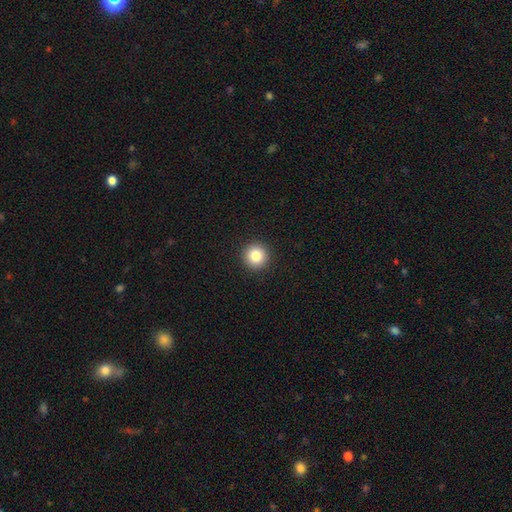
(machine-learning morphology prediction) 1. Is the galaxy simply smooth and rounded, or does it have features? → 83% smooth, 10% star or artifact, 7% featured or disk.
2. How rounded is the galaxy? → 95% round, 4% in between, 1% cigar-shaped.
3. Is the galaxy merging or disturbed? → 93% none, 4% minor disturbance, 2% major disturbance, 1% merger.